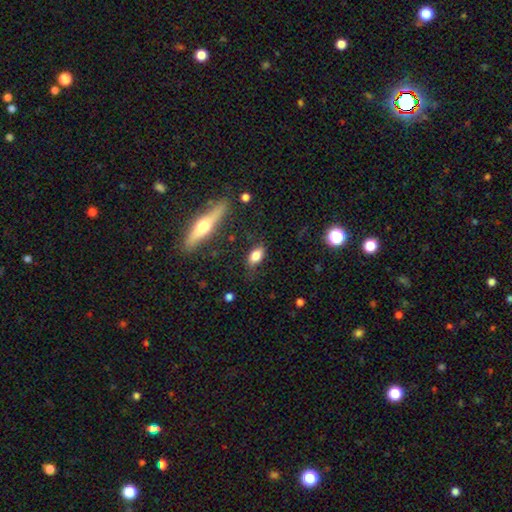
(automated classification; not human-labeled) This is likely a smooth galaxy (78%). How rounded: clearly in between (84%). Merging: likely none (74%).